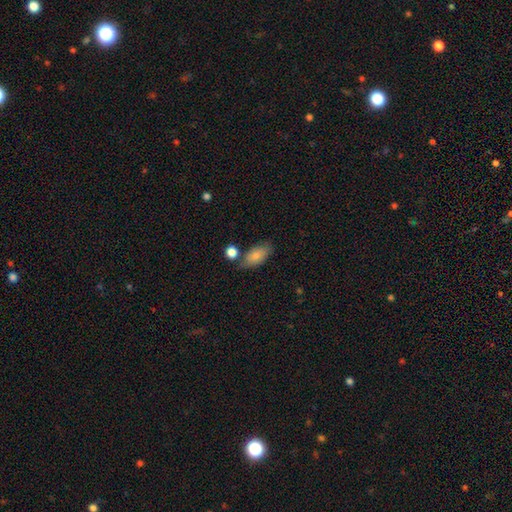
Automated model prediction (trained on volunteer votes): Overall: smooth (82%). How rounded: in between (90%). Merging: none (63%).